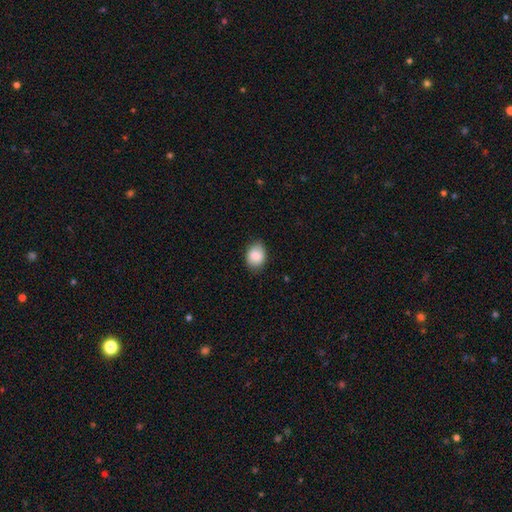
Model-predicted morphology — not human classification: Overall: smooth (85%). How rounded: in between (64%; round 35%). Merging: none (81%).